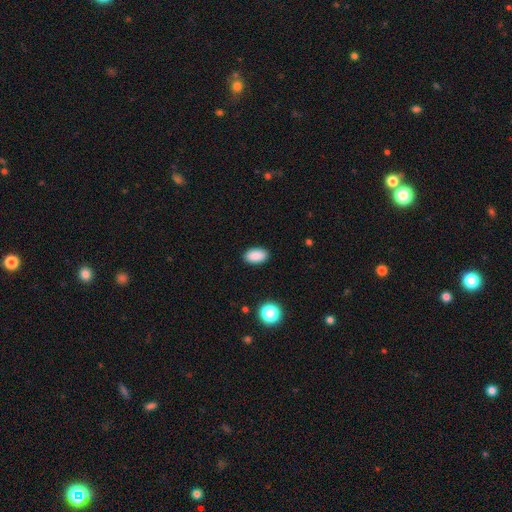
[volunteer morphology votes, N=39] Smooth or featured? smooth (87%)
How rounded? in between (88%)
Merging? none (97%)